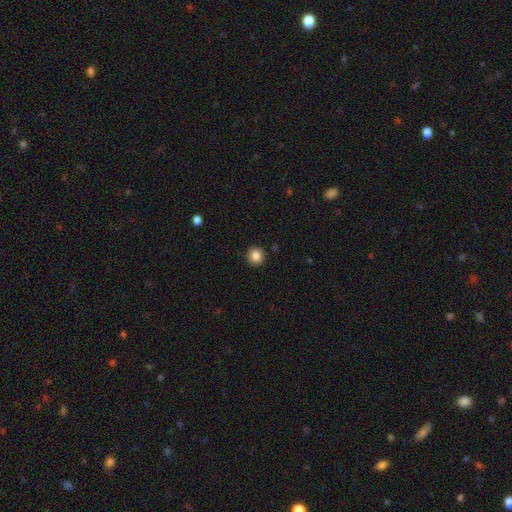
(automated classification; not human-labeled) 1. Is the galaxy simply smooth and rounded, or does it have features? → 85% smooth, 10% star or artifact, 5% featured or disk.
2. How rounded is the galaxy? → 92% round, 7% in between, 1% cigar-shaped.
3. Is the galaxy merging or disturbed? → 92% none, 5% minor disturbance, 2% major disturbance, 1% merger.